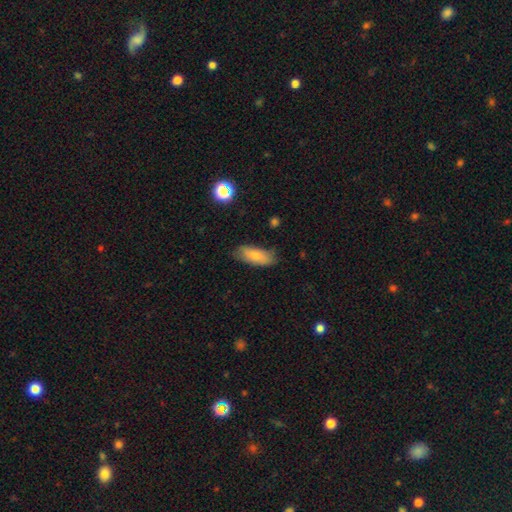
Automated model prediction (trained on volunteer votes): The model was most divided on "merging": none: 76%, minor disturbance: 19%, major disturbance: 4%, merger: 1%. More confident: how rounded — in between (79%); smooth or featured — smooth (79%).